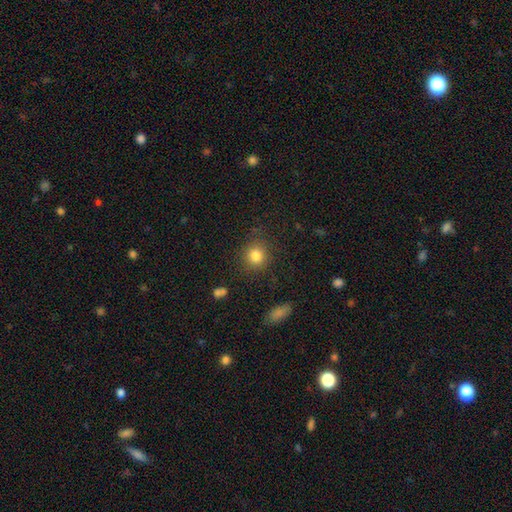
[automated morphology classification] Smooth or featured: smooth — 83% (star or artifact — 11%)
How rounded: round — 87% (in between — 12%)
Merging: none — 85% (minor disturbance — 9%)